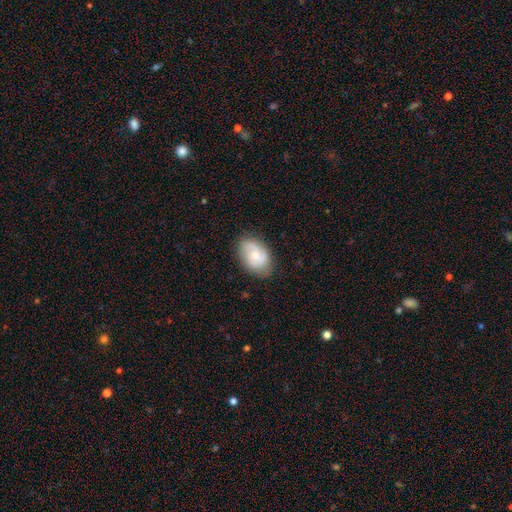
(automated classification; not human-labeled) Smooth or featured?
  - smooth: 49% *
  - featured or disk: 44%
  - star or artifact: 7%
Merging?
  - none: 77% *
  - minor disturbance: 18%
  - major disturbance: 5%
  - merger: 1%